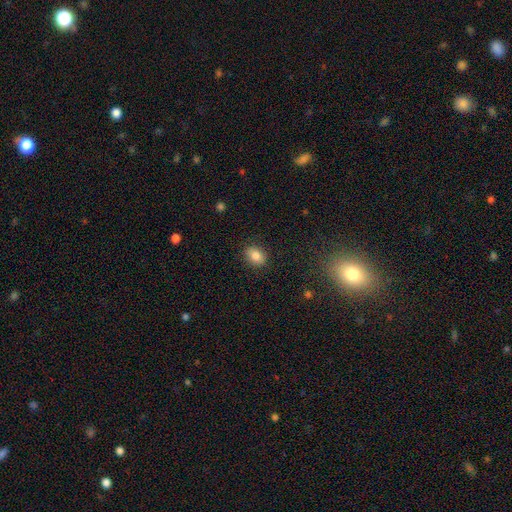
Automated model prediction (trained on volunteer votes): Smooth or featured? smooth (83%)
How rounded? in between (63%)
Merging? none (87%)